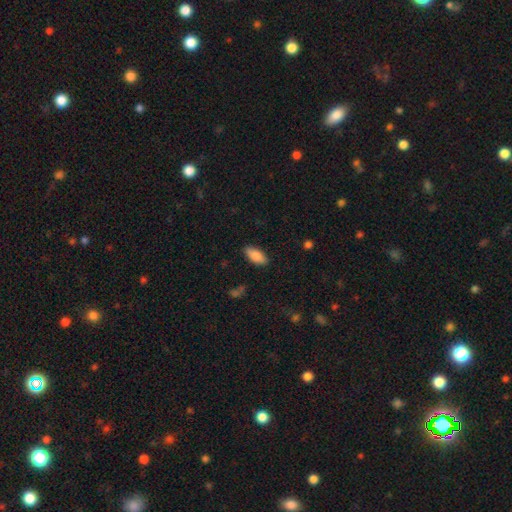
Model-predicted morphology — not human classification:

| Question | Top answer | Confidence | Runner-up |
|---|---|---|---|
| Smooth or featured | smooth | 85% | featured or disk (8%) |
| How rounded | in between | 88% | cigar-shaped (10%) |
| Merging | none | 86% | minor disturbance (10%) |